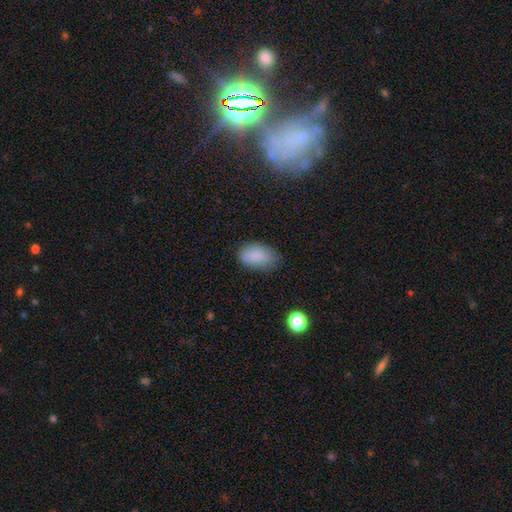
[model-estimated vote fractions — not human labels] A smooth galaxy with no disk features (86%) that is in between round and cigar-shaped (91%). Merging: none (73%).